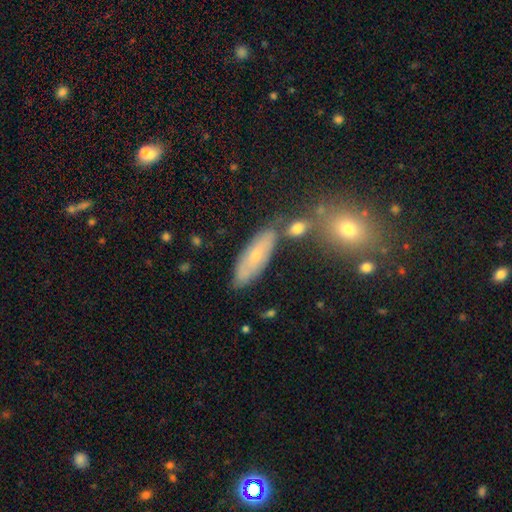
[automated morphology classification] A smooth galaxy with no disk features (51%) that is in between round and cigar-shaped (61%).

Vote fractions:
- Smooth or featured? smooth: 51% / featured or disk: 40% / star or artifact: 9%
- How rounded? in between: 61% / cigar-shaped: 36% / round: 3%
- Merging? none: 69% / minor disturbance: 16% / merger: 10% / major disturbance: 4%